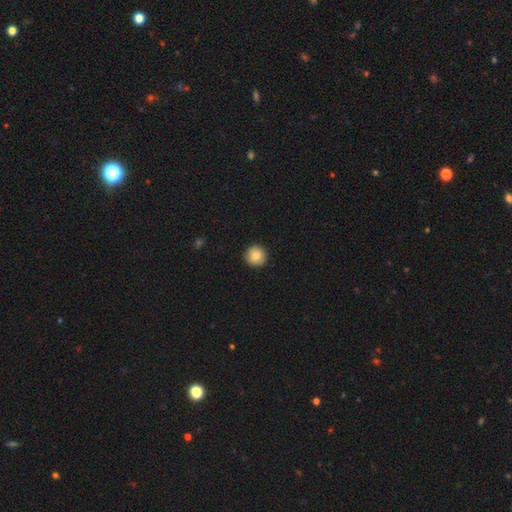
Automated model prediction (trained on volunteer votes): Q: Smooth or featured?
A: smooth (83%); runner-up: featured or disk (9%)
Q: How rounded?
A: round (96%); runner-up: in between (3%)
Q: Merging?
A: none (93%); runner-up: minor disturbance (4%)